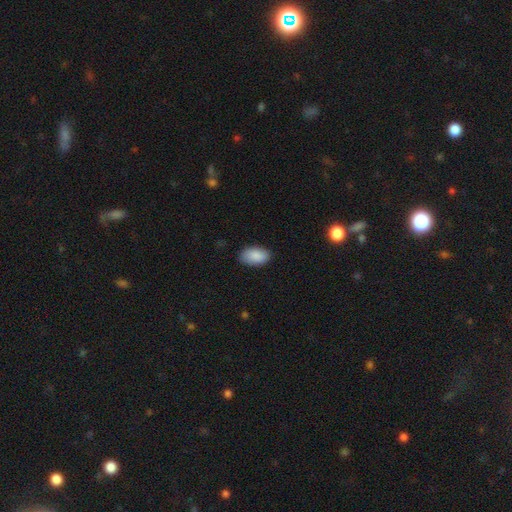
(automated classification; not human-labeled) Smooth or featured: smooth — 89% (star or artifact — 6%)
How rounded: in between — 94% (round — 5%)
Merging: none — 84% (minor disturbance — 12%)